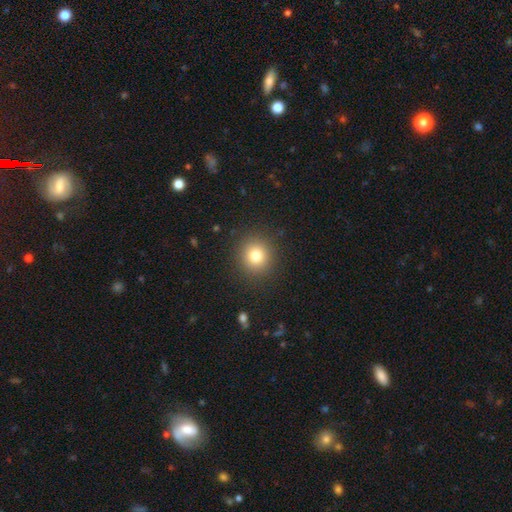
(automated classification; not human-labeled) Morphology: type=smooth (79%); roundness=round (91%); merging=none (90%).